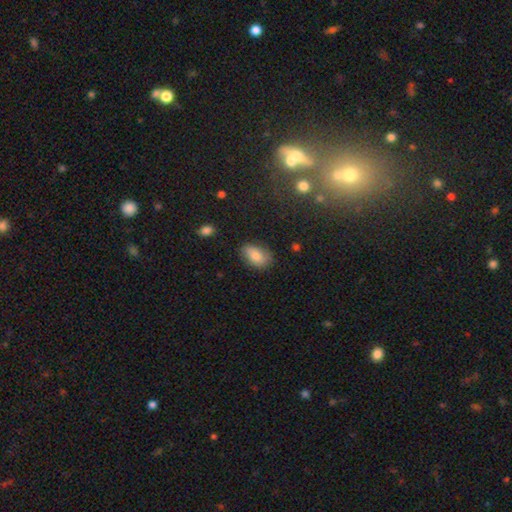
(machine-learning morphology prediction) Smooth or featured? smooth (80%)
How rounded? in between (90%)
Merging? none (78%)